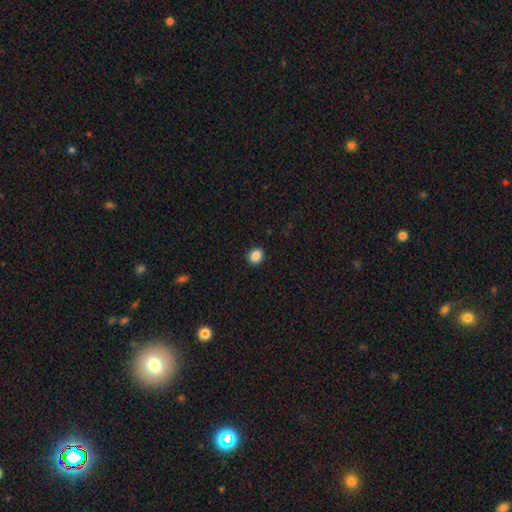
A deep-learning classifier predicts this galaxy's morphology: Overall: smooth (87%). How rounded: round (71%). Merging: none (92%).